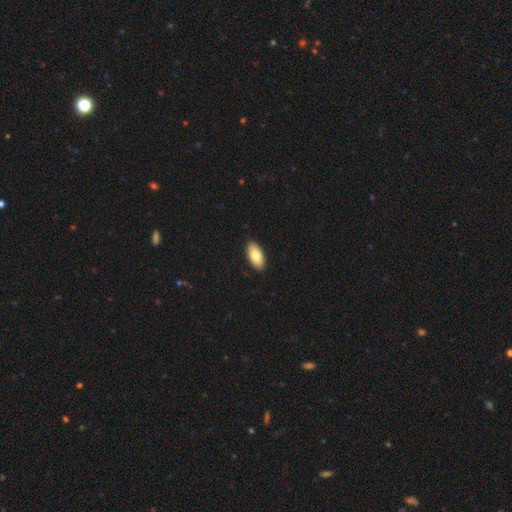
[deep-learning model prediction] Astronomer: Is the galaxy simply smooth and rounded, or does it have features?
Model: smooth — 80%.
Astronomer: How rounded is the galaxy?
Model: in between — 93%.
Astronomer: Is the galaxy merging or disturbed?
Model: none — 91%.